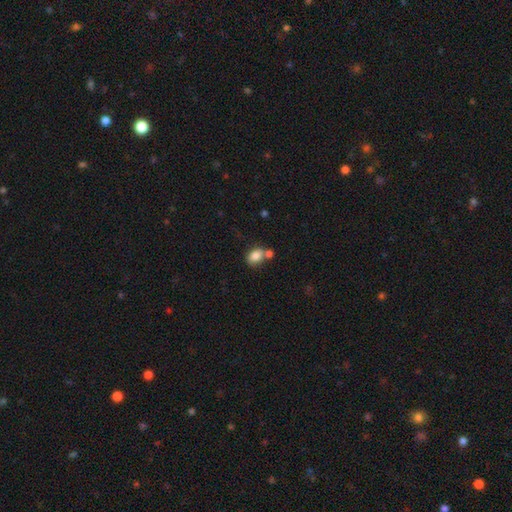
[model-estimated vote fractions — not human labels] smooth_or_featured: smooth (p=0.83) [alt: star or artifact p=0.09]
how_rounded: in between (p=0.73) [alt: round p=0.26]
merging: none (p=0.49) [alt: merger p=0.34]